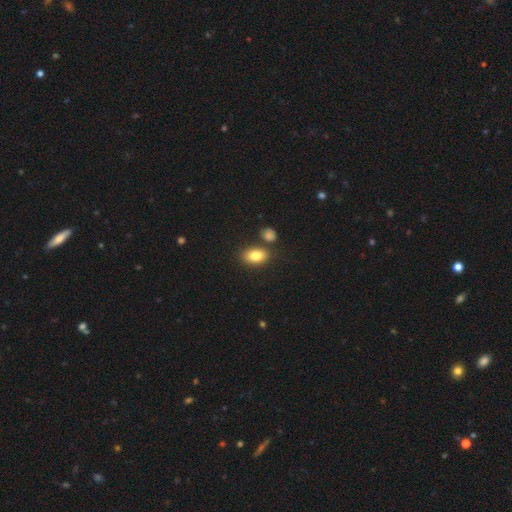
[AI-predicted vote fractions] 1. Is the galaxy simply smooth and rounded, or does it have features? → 83% smooth, 9% featured or disk, 9% star or artifact.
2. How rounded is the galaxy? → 84% in between, 14% round, 2% cigar-shaped.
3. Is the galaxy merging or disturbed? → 73% none, 12% merger, 11% minor disturbance, 3% major disturbance.